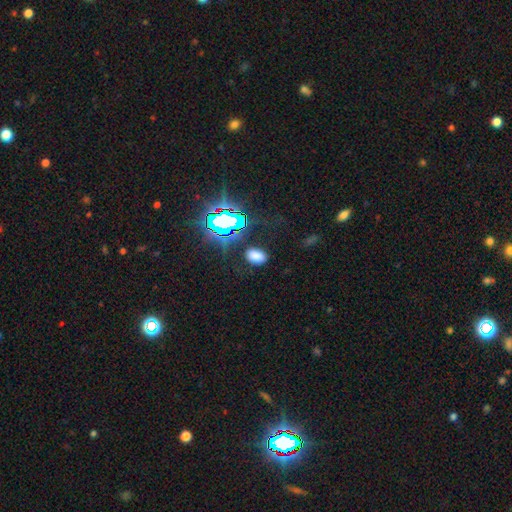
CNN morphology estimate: smooth 69%, star or artifact 24%, featured or disk 7%. Down the decision tree: how rounded — in between (86%); merging — none (82%).